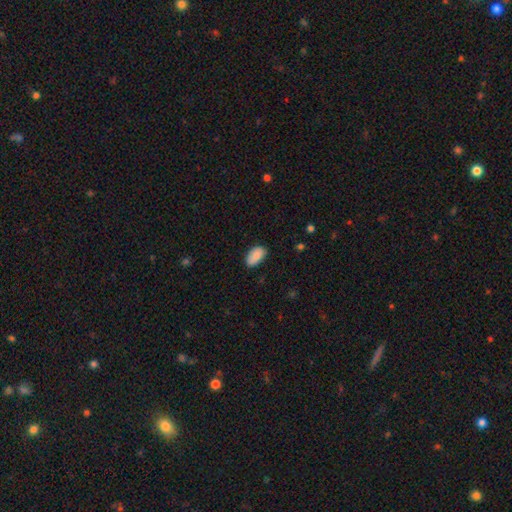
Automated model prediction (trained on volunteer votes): A smooth galaxy with no disk features (87%) that is in between round and cigar-shaped (94%).

Vote fractions:
- Smooth or featured? smooth: 87% / star or artifact: 7% / featured or disk: 6%
- How rounded? in between: 94% / round: 4% / cigar-shaped: 2%
- Merging? none: 79% / minor disturbance: 17% / major disturbance: 3% / merger: 1%